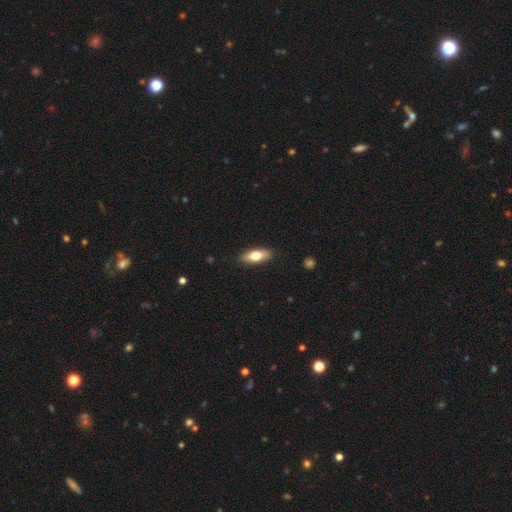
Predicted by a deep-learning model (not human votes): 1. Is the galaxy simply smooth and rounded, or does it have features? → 69% smooth, 25% featured or disk, 6% star or artifact.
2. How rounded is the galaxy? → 71% in between, 26% cigar-shaped, 3% round.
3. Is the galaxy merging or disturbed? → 88% none, 9% minor disturbance, 2% major disturbance, 1% merger.